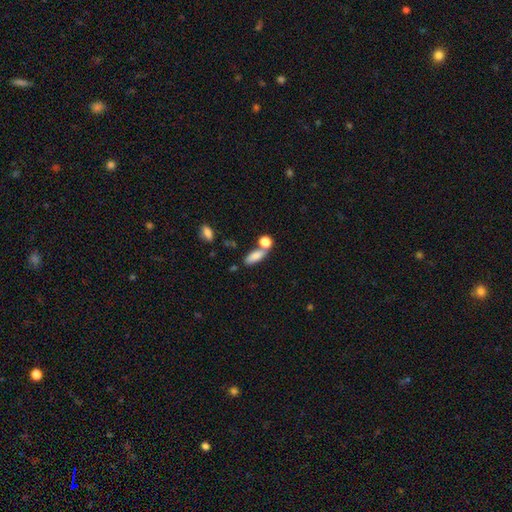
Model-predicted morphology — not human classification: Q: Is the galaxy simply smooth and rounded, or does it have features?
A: smooth — 79%.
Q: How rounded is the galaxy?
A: in between — 70%.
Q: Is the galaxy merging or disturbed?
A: none — 50%.